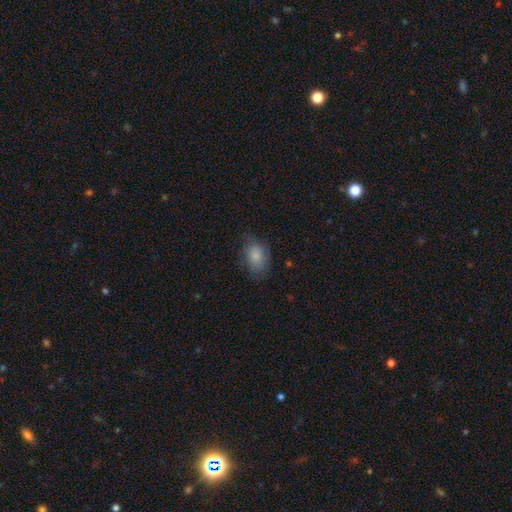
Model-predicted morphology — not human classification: This appears to be a smooth galaxy with no disk features (80%) that is in between round and cigar-shaped (78%). Merging: none (62%).